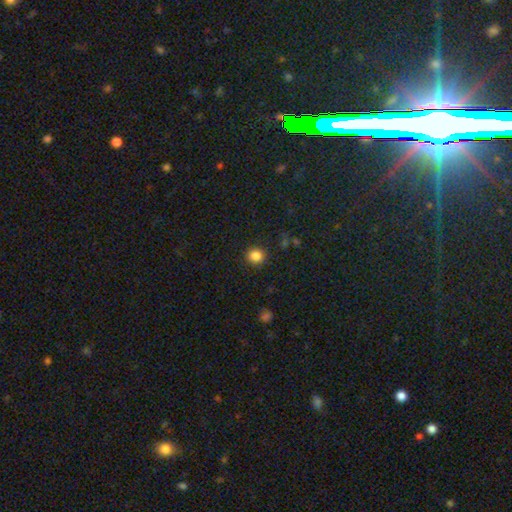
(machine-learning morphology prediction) The model was most divided on "smooth or featured": smooth: 85%, star or artifact: 11%, featured or disk: 4%. More confident: merging — none (90%); how rounded — round (88%).